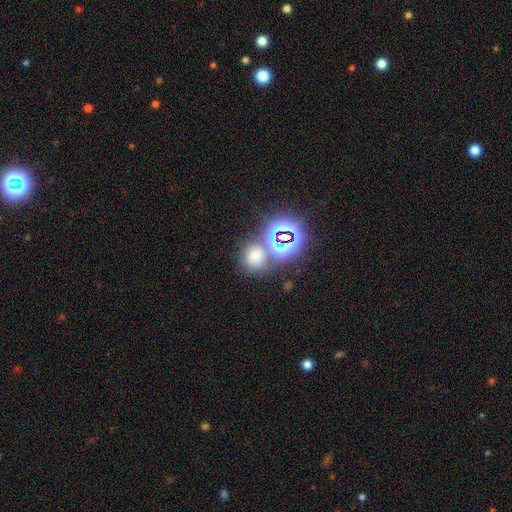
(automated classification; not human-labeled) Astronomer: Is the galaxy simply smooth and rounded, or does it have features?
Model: smooth — 57% (runner-up: star or artifact, 34%).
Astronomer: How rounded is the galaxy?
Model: round — 78%.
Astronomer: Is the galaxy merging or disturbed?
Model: none — 60%.